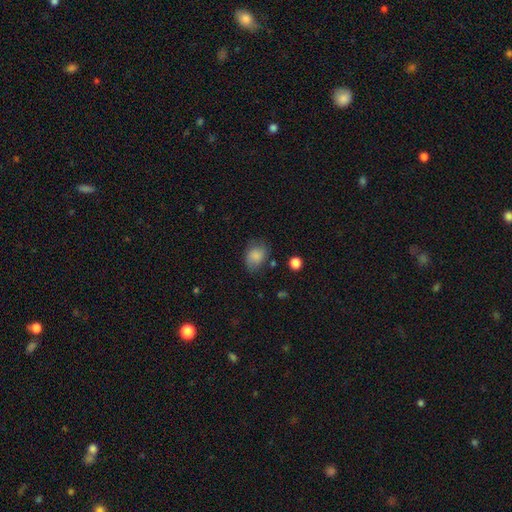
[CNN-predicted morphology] This appears to be a smooth galaxy with no disk features (81%) that is in between round and cigar-shaped (64%). Merging: none (64%).